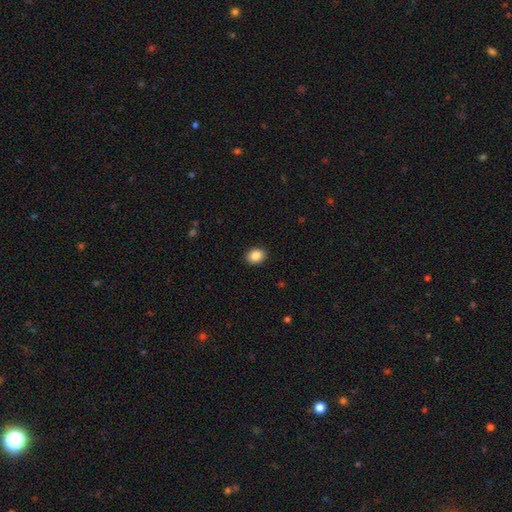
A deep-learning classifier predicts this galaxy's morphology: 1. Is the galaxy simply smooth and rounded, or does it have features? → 87% smooth, 9% star or artifact, 4% featured or disk.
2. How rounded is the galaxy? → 59% in between, 40% round, 1% cigar-shaped.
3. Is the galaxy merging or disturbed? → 90% none, 7% minor disturbance, 2% major disturbance, 1% merger.